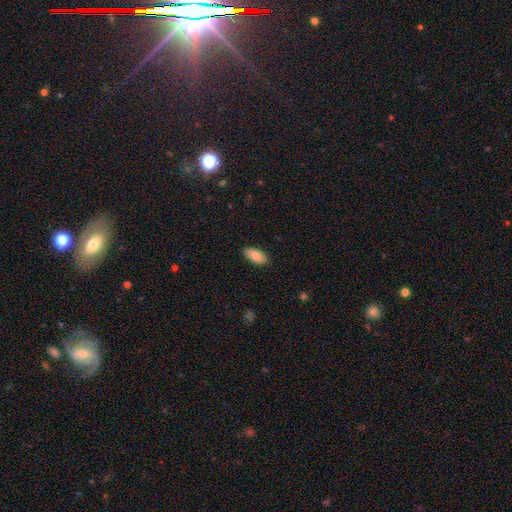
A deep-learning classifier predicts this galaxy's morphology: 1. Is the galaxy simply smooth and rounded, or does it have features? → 83% smooth, 11% featured or disk, 6% star or artifact.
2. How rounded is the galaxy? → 89% in between, 9% cigar-shaped, 2% round.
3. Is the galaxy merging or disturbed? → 88% none, 9% minor disturbance, 2% major disturbance, 1% merger.